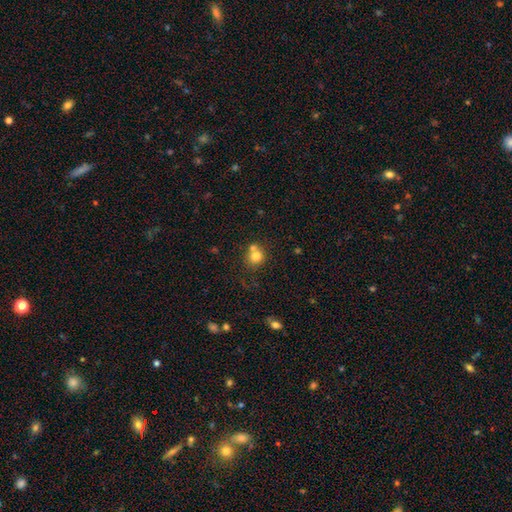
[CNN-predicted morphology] smooth-or-featured: smooth: 76% | featured or disk: 12% | star or artifact: 12%
  how-rounded: round: 83% | in between: 16% | cigar-shaped: 1%
  merging: none: 49% | merger: 39% | minor disturbance: 9% | major disturbance: 3%